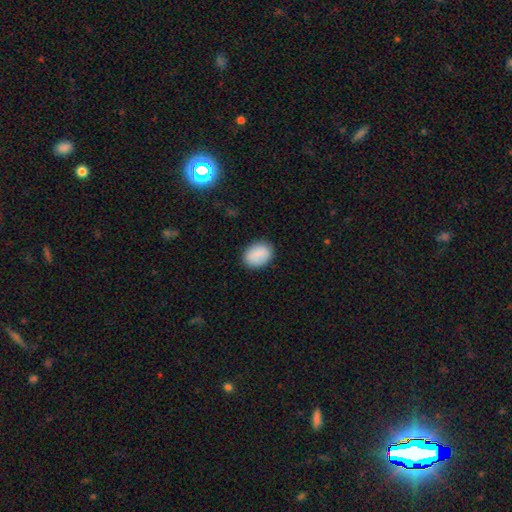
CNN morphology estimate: type=smooth (85%); roundness=in between (69%); merging=none (86%).